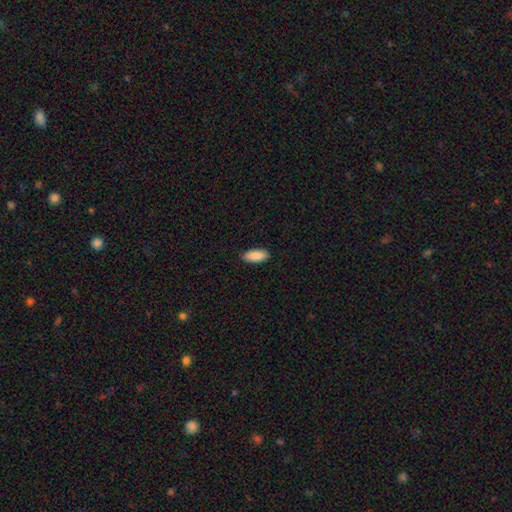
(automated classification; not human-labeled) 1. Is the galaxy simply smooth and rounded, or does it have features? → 90% smooth, 6% star or artifact, 4% featured or disk.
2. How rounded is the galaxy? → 85% in between, 13% cigar-shaped, 2% round.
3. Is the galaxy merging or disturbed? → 89% none, 8% minor disturbance, 2% major disturbance, 1% merger.